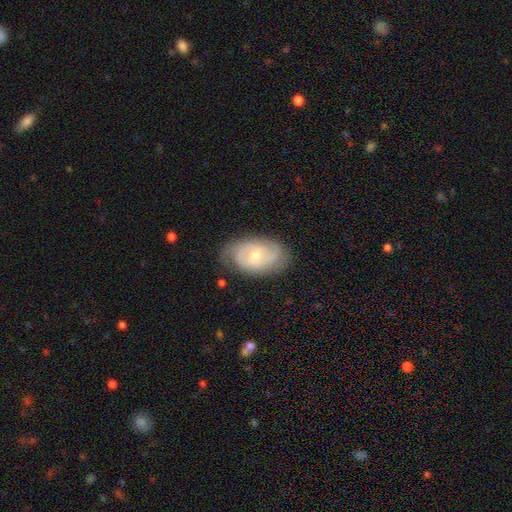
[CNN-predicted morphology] The model was most divided on "bulge size": moderate: 55%, small: 41%, large: 2%, none: 1%, dominant: 1%. More confident: edge-on disk — no (95%); spiral arms — yes (82%); merging — none (74%); smooth or featured — featured or disk (67%); bar — no (61%); spiral arm count — 2 (58%); spiral winding — tight (52%).